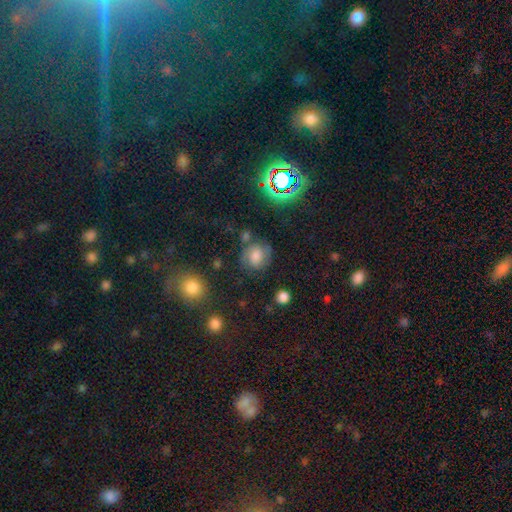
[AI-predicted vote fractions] smooth 57%, featured or disk 25%, star or artifact 18%. Down the decision tree: how rounded — round (76%); merging — none (67%).